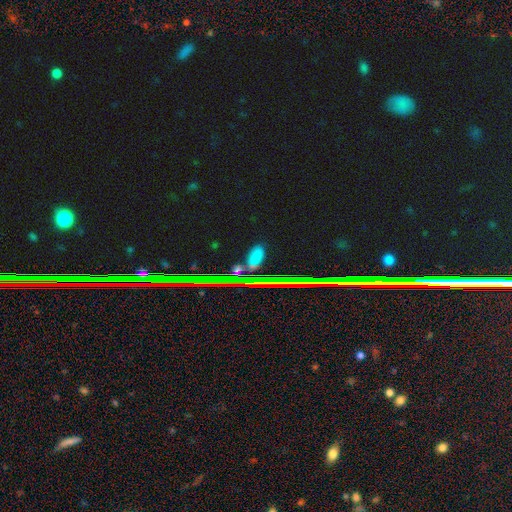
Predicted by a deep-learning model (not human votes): Smooth or featured: star or artifact — 70% (smooth — 17%)